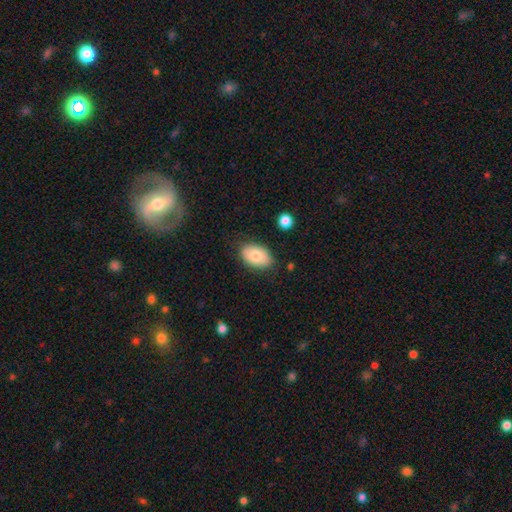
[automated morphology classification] This is likely a smooth galaxy (76%). How rounded: clearly in between (90%). Merging: likely none (79%).